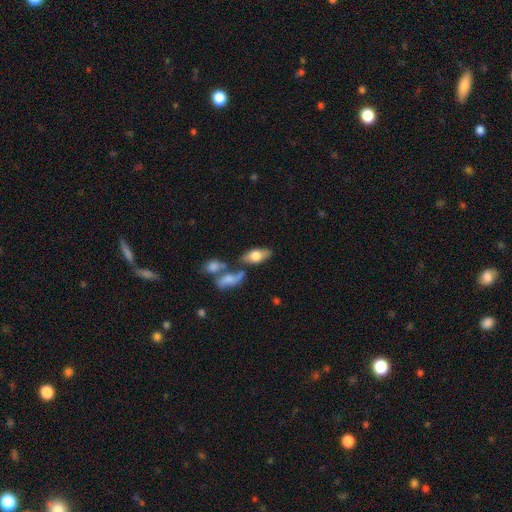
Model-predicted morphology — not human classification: The model was most divided on "smooth or featured": smooth: 64%, featured or disk: 29%, star or artifact: 7%. More confident: how rounded — in between (84%); merging — none (57%).